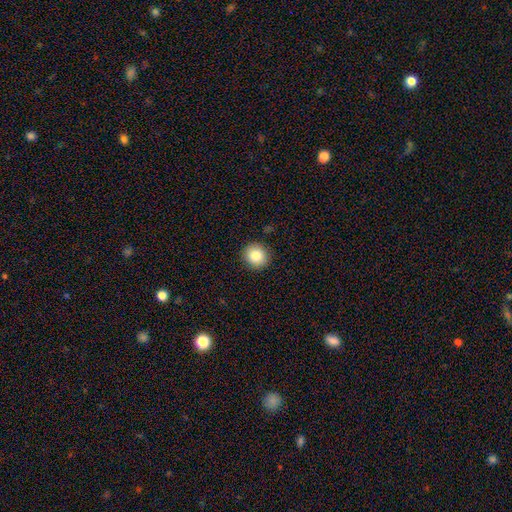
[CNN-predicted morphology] Overall: smooth (84%). How rounded: round (89%). Merging: none (91%).